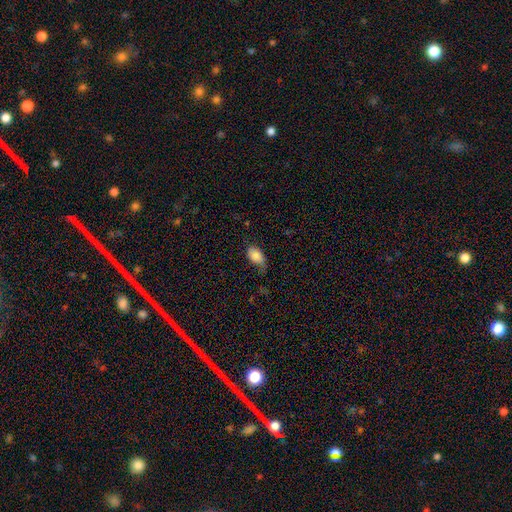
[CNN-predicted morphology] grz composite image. It shows a smooth galaxy with no disk features (84%) that is in between round and cigar-shaped (92%). Merging: none (49%).